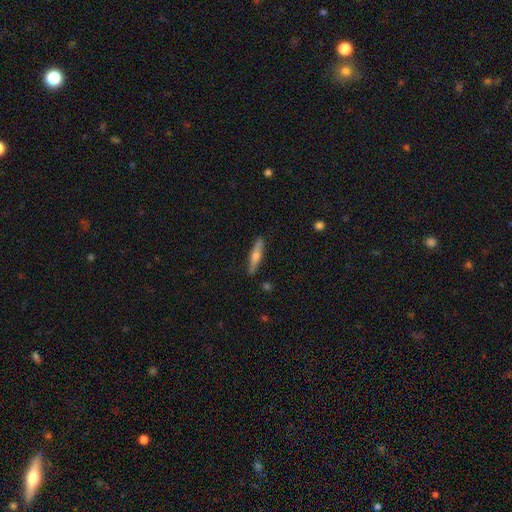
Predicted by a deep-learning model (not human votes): This is possibly a smooth galaxy (48%). Merging: clearly none (89%).